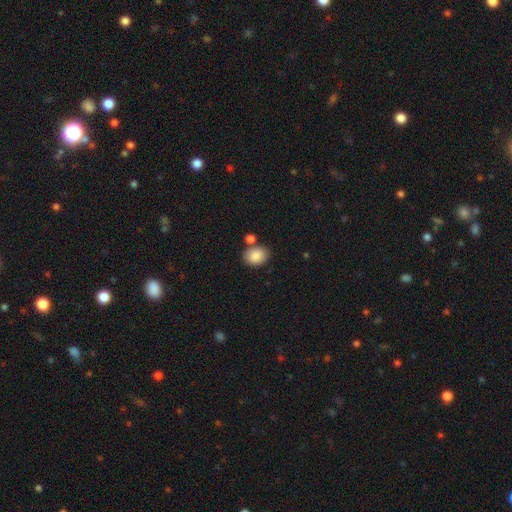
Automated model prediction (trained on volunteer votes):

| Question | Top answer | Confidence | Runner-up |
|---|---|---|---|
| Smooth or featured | smooth | 86% | star or artifact (7%) |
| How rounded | in between | 64% | round (35%) |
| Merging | none | 70% | merger (15%) |